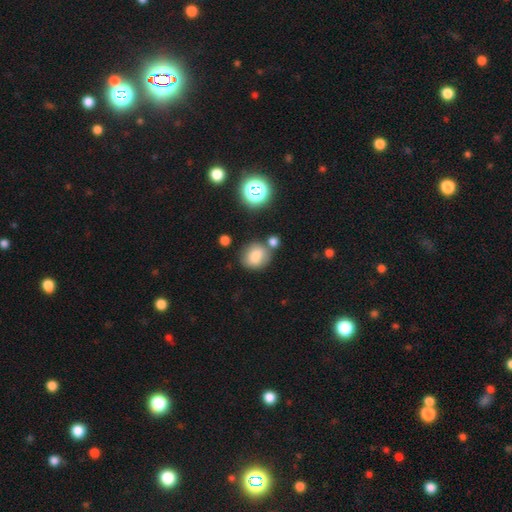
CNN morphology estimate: This appears to be a smooth galaxy with no disk features (76%) that is round (72%). Merging: none (65%).